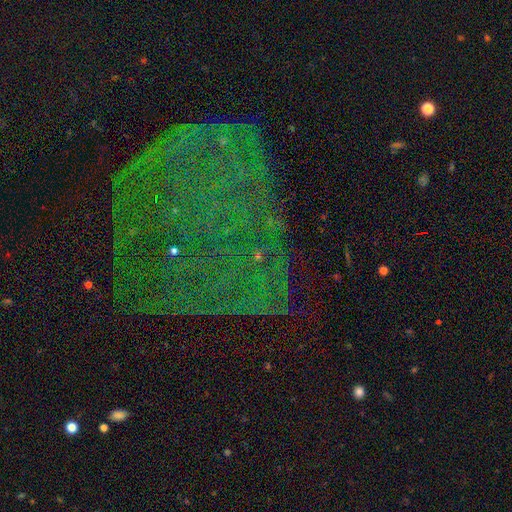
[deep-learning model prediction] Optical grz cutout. It shows a star or artifact, not a galaxy (70%).